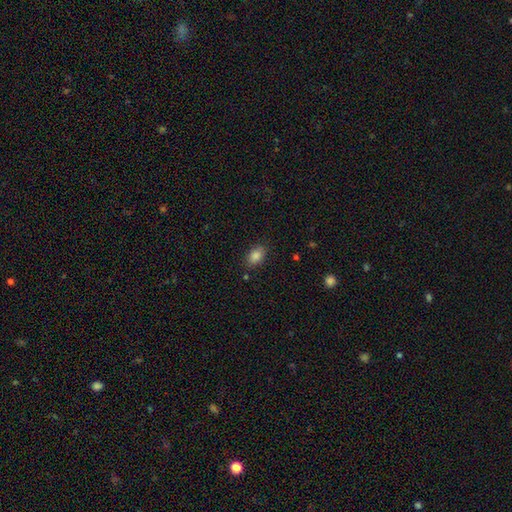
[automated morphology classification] This appears to be a smooth galaxy with no disk features (85%) that is in between round and cigar-shaped (84%). Merging: none (83%).